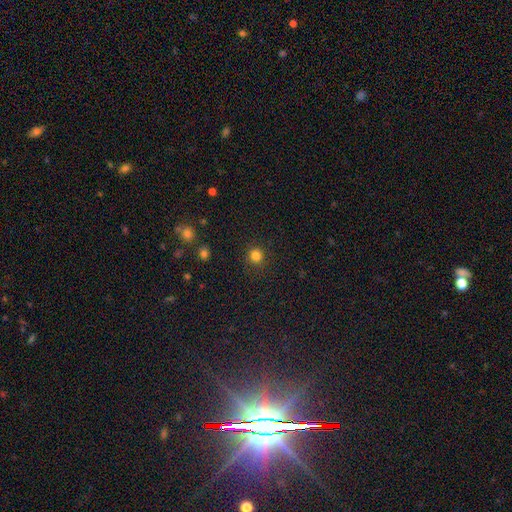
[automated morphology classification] type=smooth (83%); roundness=round (92%); merging=none (90%).